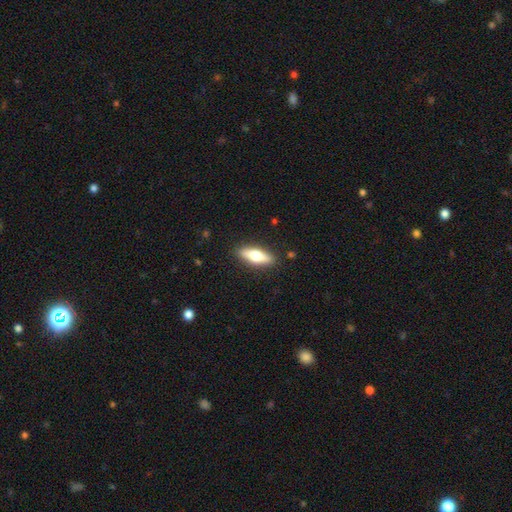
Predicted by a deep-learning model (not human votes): Smooth or featured?
  - smooth: 54% *
  - featured or disk: 40%
  - star or artifact: 6%
How rounded?
  - in between: 52% *
  - cigar-shaped: 45%
  - round: 3%
Merging?
  - none: 88% *
  - minor disturbance: 8%
  - major disturbance: 2%
  - merger: 1%